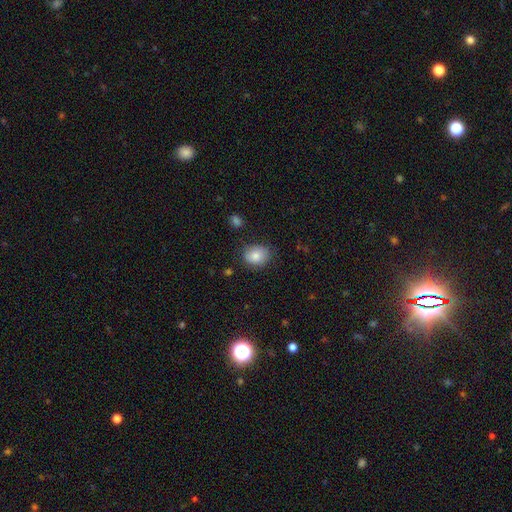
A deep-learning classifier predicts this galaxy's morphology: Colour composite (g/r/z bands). It shows a smooth galaxy with no disk features (83%) that is round (51%). Merging: none (80%).